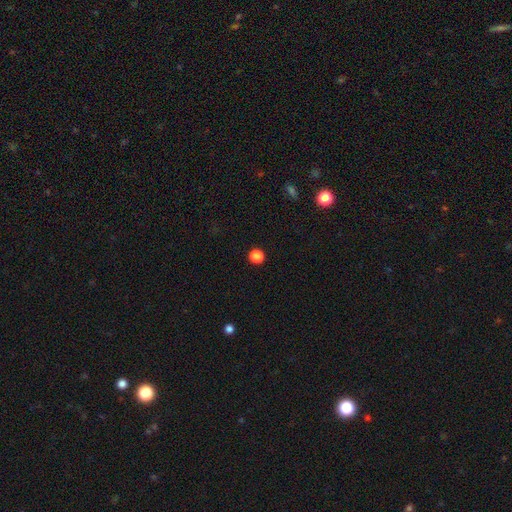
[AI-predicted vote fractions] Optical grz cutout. It shows a smooth galaxy with no disk features (85%) that is round (89%). Merging: none (93%).